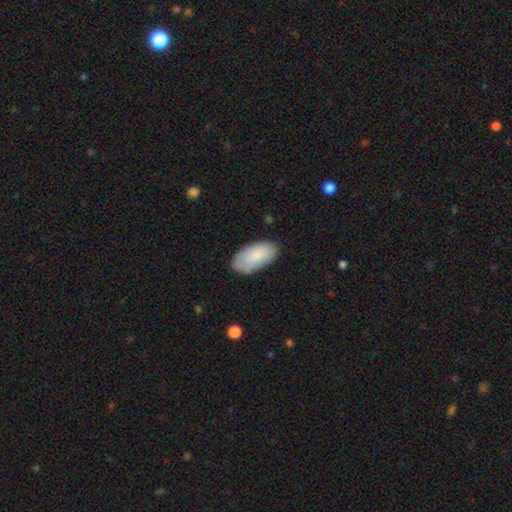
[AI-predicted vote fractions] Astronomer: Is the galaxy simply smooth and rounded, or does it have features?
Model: smooth — 85%.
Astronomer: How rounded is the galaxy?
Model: in between — 95%.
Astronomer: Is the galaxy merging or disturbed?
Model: none — 81%.